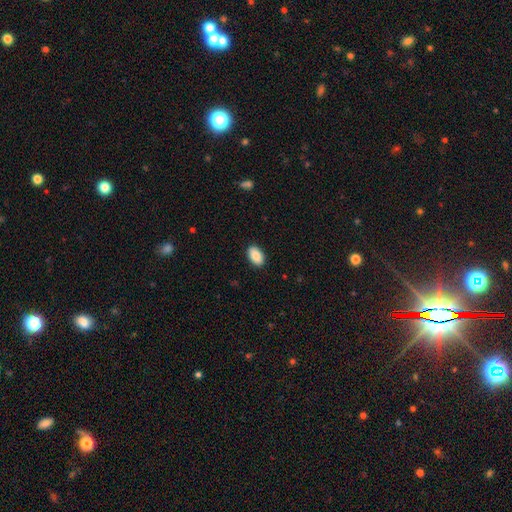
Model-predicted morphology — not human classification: A smooth galaxy with no disk features (87%) that is in between round and cigar-shaped (93%).

Vote fractions:
- Smooth or featured? smooth: 87% / star or artifact: 7% / featured or disk: 7%
- How rounded? in between: 93% / round: 6% / cigar-shaped: 1%
- Merging? none: 89% / minor disturbance: 8% / major disturbance: 2% / merger: 1%